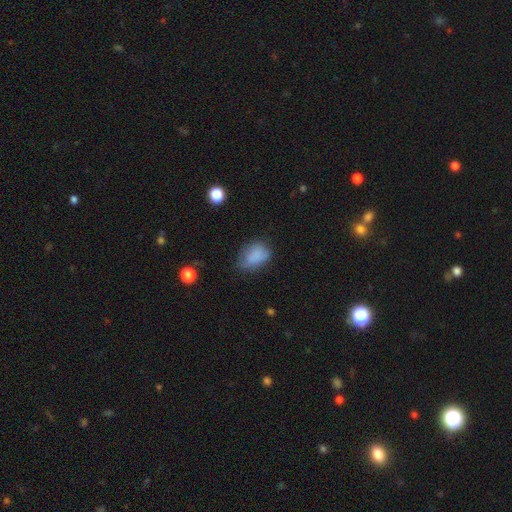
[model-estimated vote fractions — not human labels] Overall: smooth (82%). How rounded: in between (79%). Merging: none (53%; minor disturbance 33%).